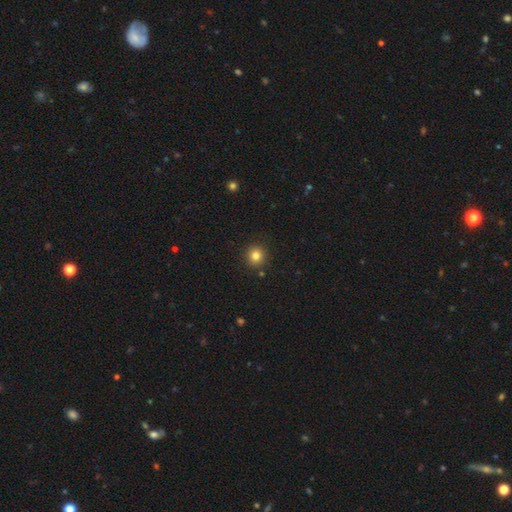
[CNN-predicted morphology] Overall: smooth (82%). How rounded: round (91%). Merging: none (90%).